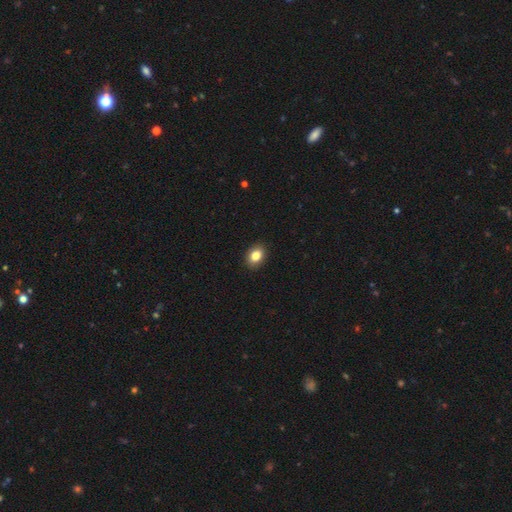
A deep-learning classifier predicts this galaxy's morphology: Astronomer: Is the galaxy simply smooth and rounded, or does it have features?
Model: smooth — 85%.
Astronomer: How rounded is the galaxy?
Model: in between — 73%.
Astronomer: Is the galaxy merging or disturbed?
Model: none — 90%.